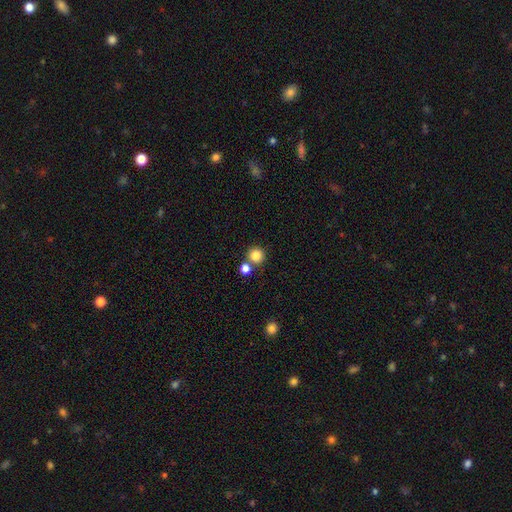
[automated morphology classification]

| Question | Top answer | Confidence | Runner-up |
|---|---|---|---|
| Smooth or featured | smooth | 83% | star or artifact (12%) |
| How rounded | round | 94% | in between (5%) |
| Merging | none | 71% | merger (19%) |